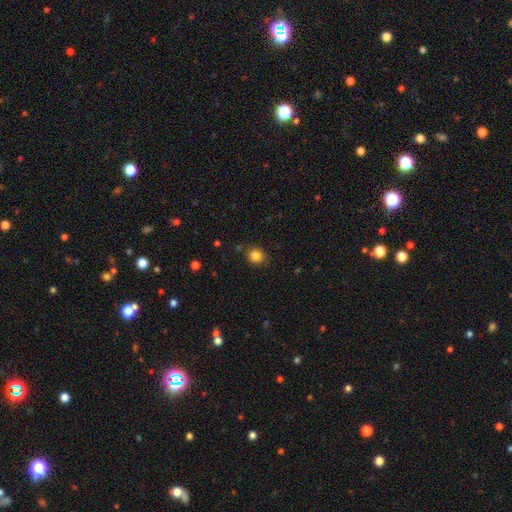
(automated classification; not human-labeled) A smooth galaxy with no disk features (84%) that is round (83%).

Vote fractions:
- Smooth or featured? smooth: 84% / star or artifact: 12% / featured or disk: 4%
- How rounded? round: 83% / in between: 17% / cigar-shaped: 1%
- Merging? none: 84% / minor disturbance: 11% / major disturbance: 3% / merger: 2%